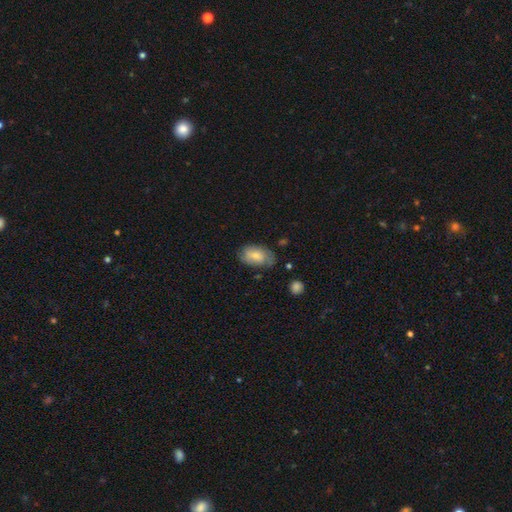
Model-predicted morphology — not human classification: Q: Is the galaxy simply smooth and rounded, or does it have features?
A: smooth — 66%.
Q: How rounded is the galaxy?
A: in between — 89%.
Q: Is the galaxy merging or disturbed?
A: none — 62%.